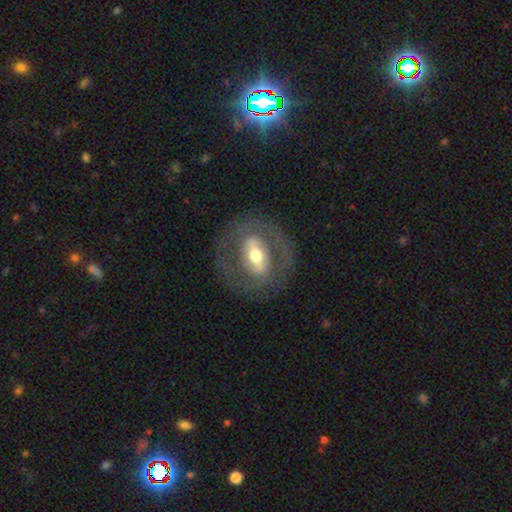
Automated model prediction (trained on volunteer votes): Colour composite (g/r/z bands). It shows a featured or disk galaxy (74%) with a strong bar (52%), spiral arms (54%) and a moderate central bulge (64%). Merging: none (74%).